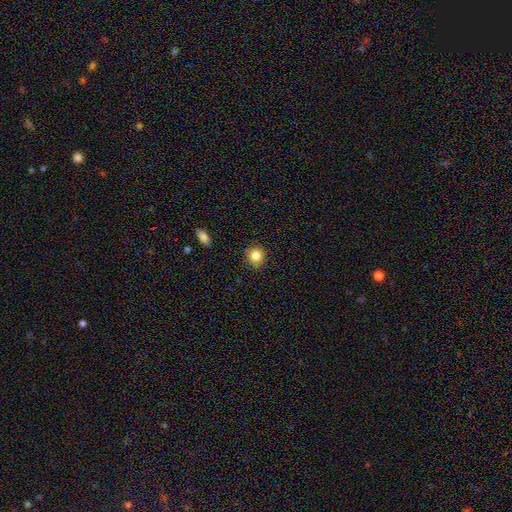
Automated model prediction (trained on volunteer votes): smooth_or_featured: smooth (p=0.85) [alt: star or artifact p=0.10]
how_rounded: round (p=0.88) [alt: in between p=0.11]
merging: none (p=0.87) [alt: minor disturbance p=0.09]